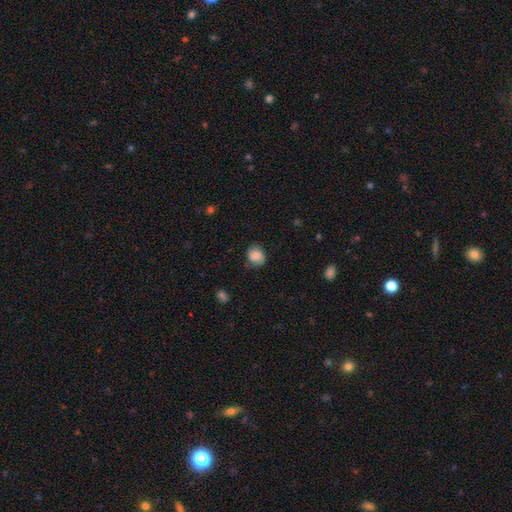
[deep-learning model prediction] Smooth or featured: smooth — 72% (featured or disk — 19%)
How rounded: round — 64% (in between — 35%)
Merging: none — 72% (minor disturbance — 21%)